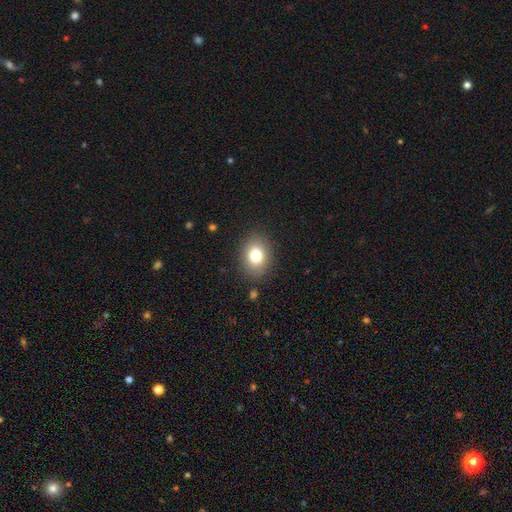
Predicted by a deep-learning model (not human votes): Q: Smooth or featured?
A: smooth (79%); runner-up: featured or disk (11%)
Q: How rounded?
A: in between (60%); runner-up: round (39%)
Q: Merging?
A: none (86%); runner-up: minor disturbance (9%)